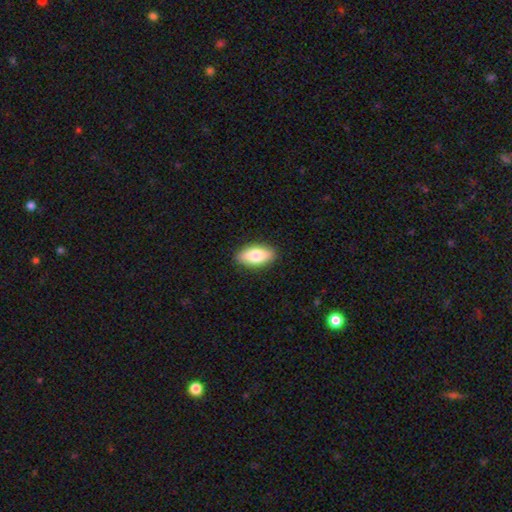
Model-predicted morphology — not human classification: Smooth or featured? Predicted: smooth (p=0.80). How rounded? Predicted: in between (p=0.88). Merging? Predicted: none (p=0.89).